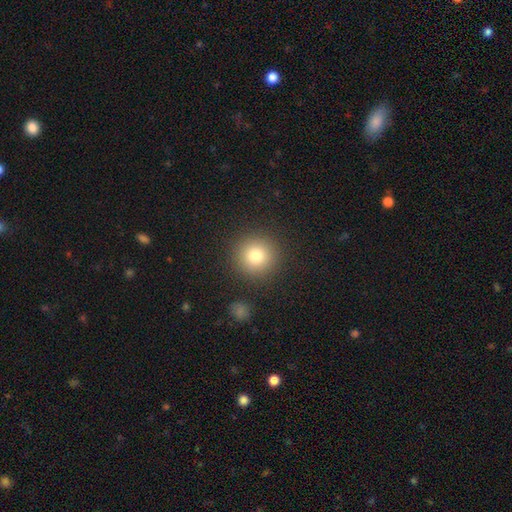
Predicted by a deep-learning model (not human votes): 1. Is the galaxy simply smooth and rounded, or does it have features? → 79% smooth, 12% star or artifact, 9% featured or disk.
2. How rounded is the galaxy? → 94% round, 5% in between, 1% cigar-shaped.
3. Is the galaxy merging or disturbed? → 89% none, 6% minor disturbance, 3% major disturbance, 2% merger.